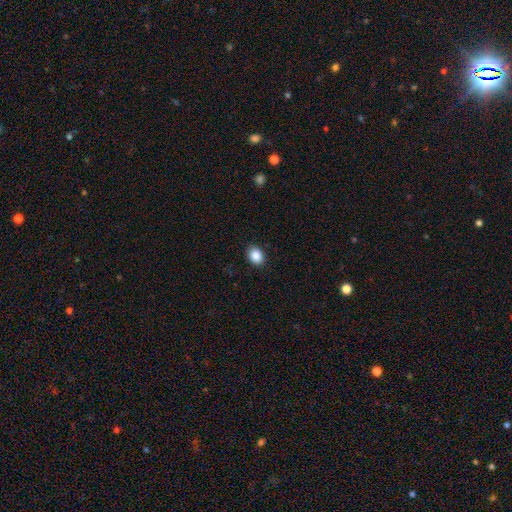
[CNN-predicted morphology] This is clearly a smooth galaxy (88%). How rounded: likely in between (62%). Merging: clearly none (90%).